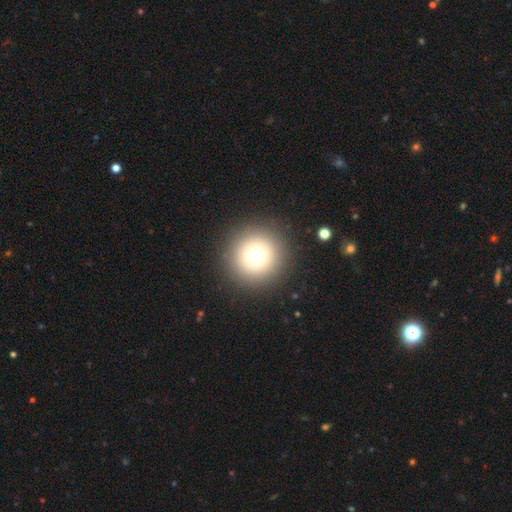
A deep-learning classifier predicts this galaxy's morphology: smooth 74%, star or artifact 14%, featured or disk 12%. Down the decision tree: how rounded — round (96%); merging — none (91%).